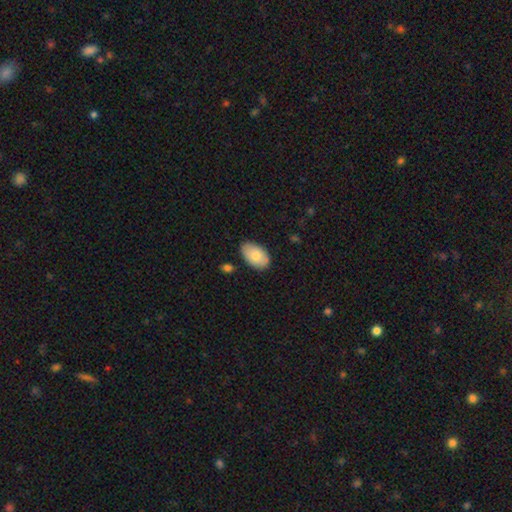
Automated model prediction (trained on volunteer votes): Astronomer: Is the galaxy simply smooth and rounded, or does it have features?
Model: smooth — 81%.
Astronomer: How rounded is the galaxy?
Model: in between — 93%.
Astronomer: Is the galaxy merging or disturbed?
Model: none — 81%.